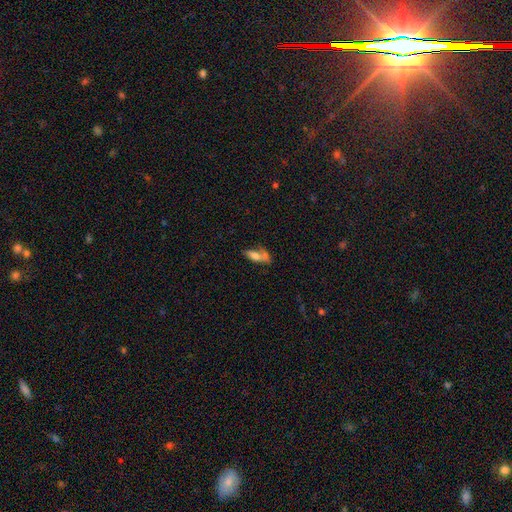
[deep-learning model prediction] Smooth or featured? smooth (66%)
How rounded? in between (68%)
Merging? merger (41%)